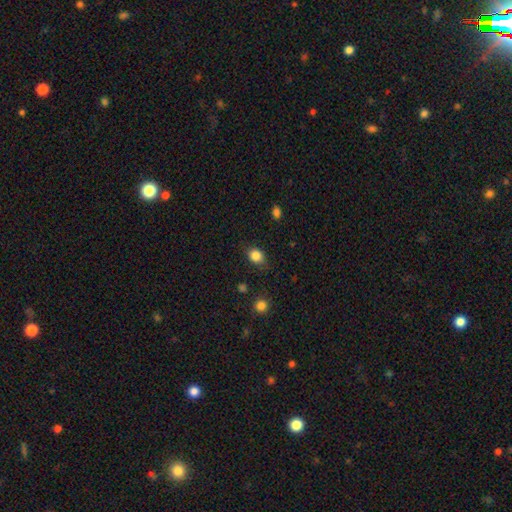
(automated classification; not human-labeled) Overall: smooth (84%). How rounded: round (50%; in between 49%). Merging: none (77%).